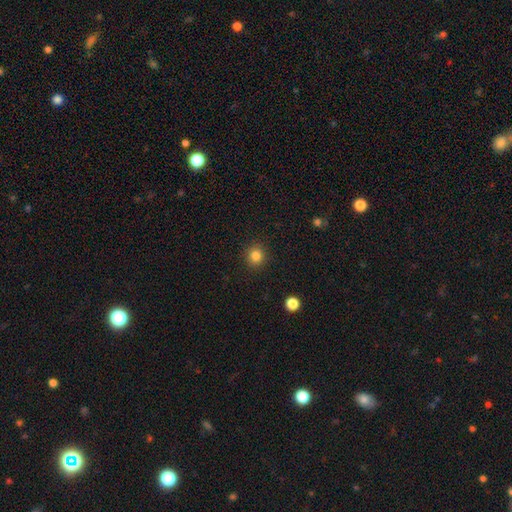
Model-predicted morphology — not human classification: Smooth or featured? Predicted: smooth (p=0.83). How rounded? Predicted: round (p=0.89). Merging? Predicted: none (p=0.91).